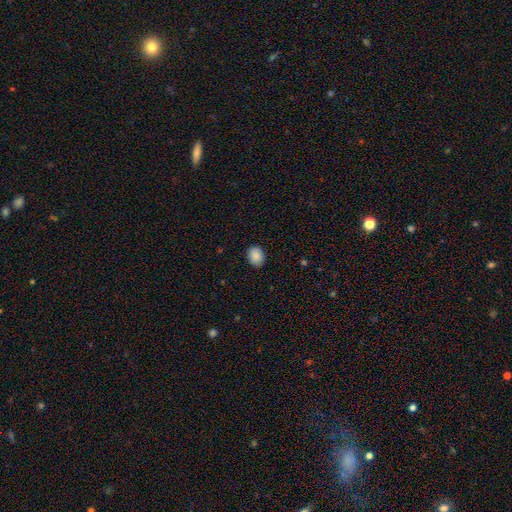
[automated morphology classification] Smooth or featured?
  - smooth: 89% *
  - star or artifact: 8%
  - featured or disk: 4%
How rounded?
  - in between: 54% *
  - round: 45%
  - cigar-shaped: 1%
Merging?
  - none: 88% *
  - minor disturbance: 9%
  - major disturbance: 2%
  - merger: 1%